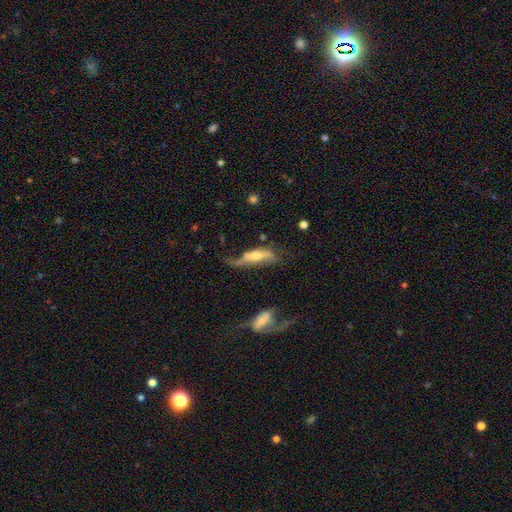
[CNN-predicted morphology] smooth-or-featured: featured or disk: 61% | smooth: 31% | star or artifact: 8%
  disk-edge-on: no: 63% | yes: 37%
  merging: major disturbance: 36% | none: 28% | minor disturbance: 22% | merger: 14%